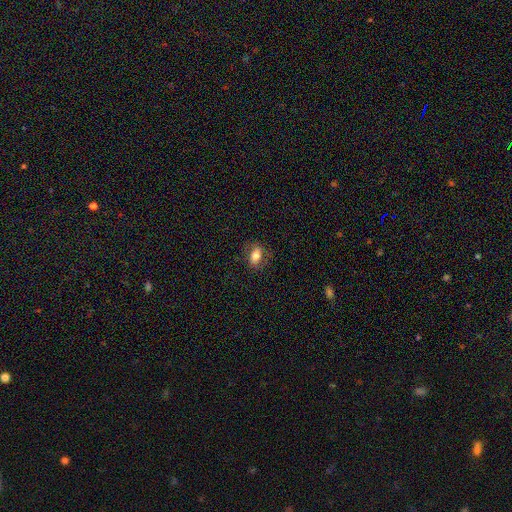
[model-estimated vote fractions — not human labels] Smooth or featured? smooth (72%)
How rounded? in between (83%)
Merging? none (76%)